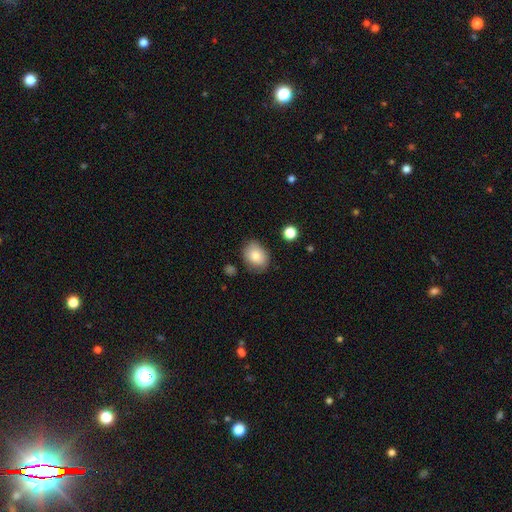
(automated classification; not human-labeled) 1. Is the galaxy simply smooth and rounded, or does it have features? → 80% smooth, 12% featured or disk, 8% star or artifact.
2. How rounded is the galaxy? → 64% in between, 35% round, 1% cigar-shaped.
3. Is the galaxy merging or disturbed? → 76% none, 18% minor disturbance, 4% major disturbance, 2% merger.